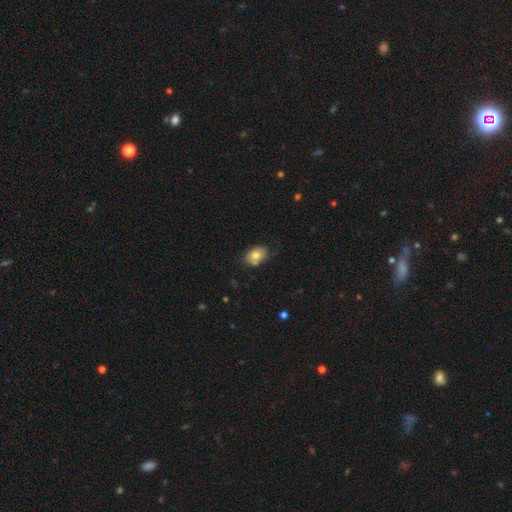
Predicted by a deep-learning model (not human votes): smooth_or_featured: smooth (p=0.75) [alt: featured or disk p=0.17]
how_rounded: in between (p=0.79) [alt: round p=0.20]
merging: none (p=0.72) [alt: minor disturbance p=0.20]